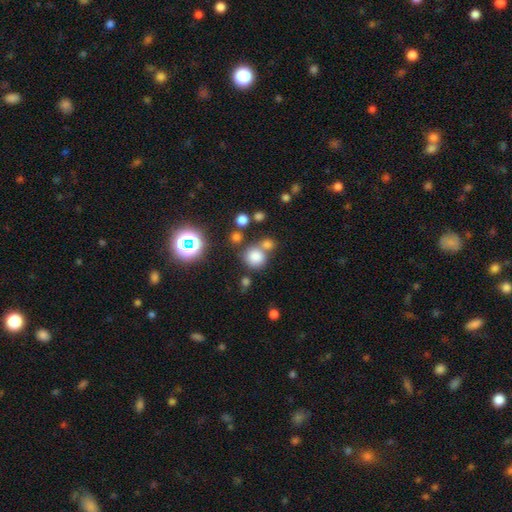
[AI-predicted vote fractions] Smooth or featured: smooth — 76% (star or artifact — 16%)
How rounded: round — 87% (in between — 12%)
Merging: none — 56% (merger — 29%)